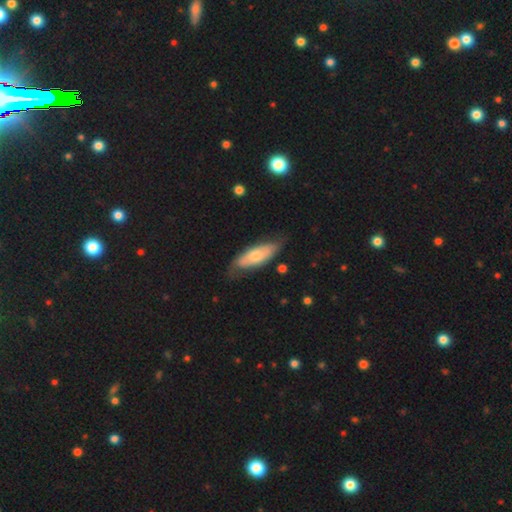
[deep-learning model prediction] Smooth or featured: smooth — 55% (featured or disk — 40%)
How rounded: in between — 69% (cigar-shaped — 29%)
Merging: none — 65% (minor disturbance — 26%)